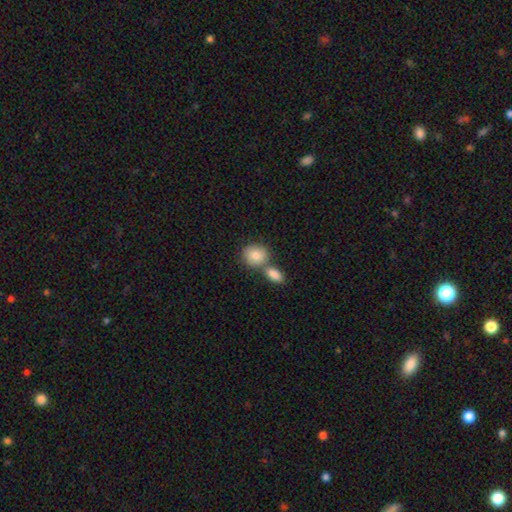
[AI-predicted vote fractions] This is clearly a smooth galaxy (84%). How rounded: likely round (63%). Merging: possibly none (47%).